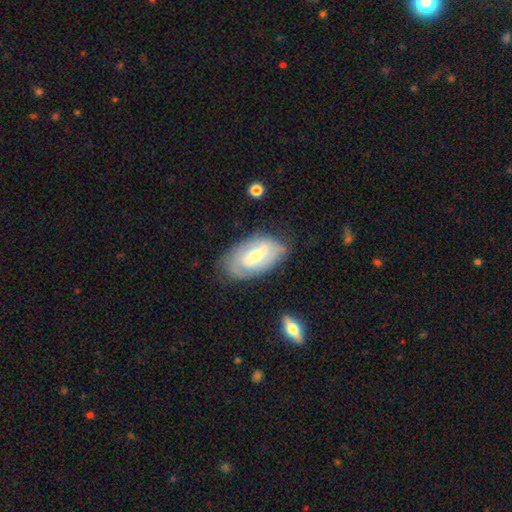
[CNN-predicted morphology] A featured or disk galaxy (68%) with a weak bar (49%), 2 (57%) tight (47%) spiral arms (80%) and a small central bulge (48%).

Vote fractions:
- Smooth or featured? featured or disk: 68% / smooth: 27% / star or artifact: 6%
- Edge-on disk? no: 93% / yes: 7%
- Bar? weak: 49% / strong: 29% / no: 22%
- Spiral arms? yes: 80% / no: 20%
- Spiral winding? tight: 47% / medium: 36% / loose: 16%
- Spiral arm count? 2: 57% / can't tell: 29% / 3: 6% / 1: 4% / 4: 2% / more than 4: 2%
- Bulge size? small: 48% / moderate: 46% / large: 3% / none: 1% / dominant: 1%
- Merging? none: 71% / minor disturbance: 21% / major disturbance: 6% / merger: 2%